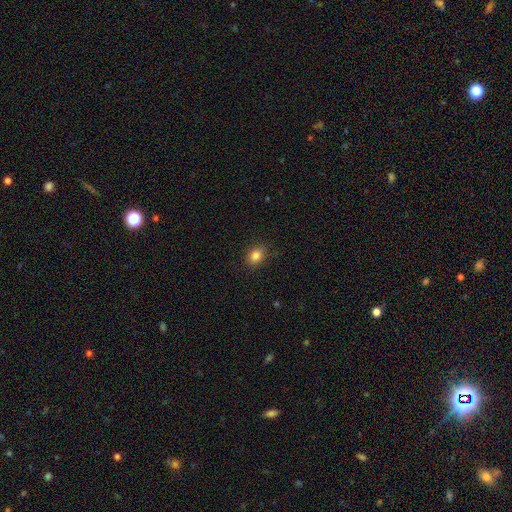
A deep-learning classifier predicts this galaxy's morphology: smooth-or-featured: smooth: 84% | star or artifact: 11% | featured or disk: 5%
  how-rounded: in between: 57% | round: 42% | cigar-shaped: 1%
  merging: none: 88% | minor disturbance: 9% | major disturbance: 2% | merger: 1%